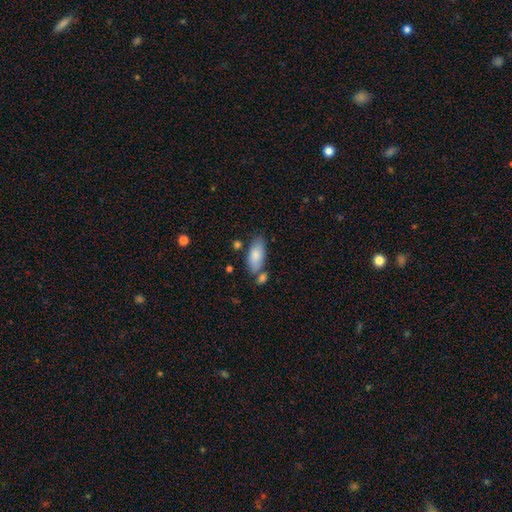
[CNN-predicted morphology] Smooth or featured: smooth — 82% (featured or disk — 12%)
How rounded: in between — 87% (cigar-shaped — 11%)
Merging: none — 66% (minor disturbance — 17%)